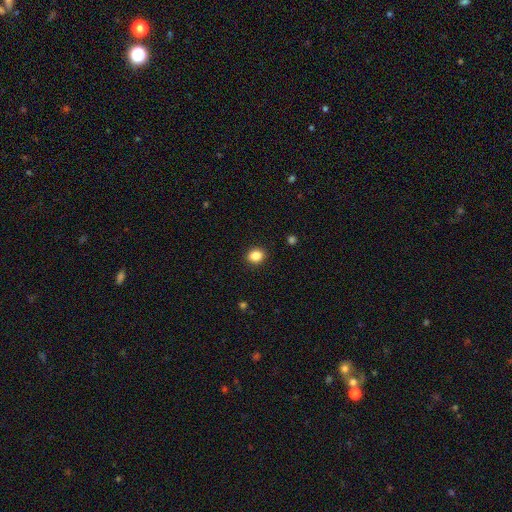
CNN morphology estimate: Smooth or featured: smooth — 85% (star or artifact — 10%)
How rounded: round — 67% (in between — 33%)
Merging: none — 91% (minor disturbance — 6%)